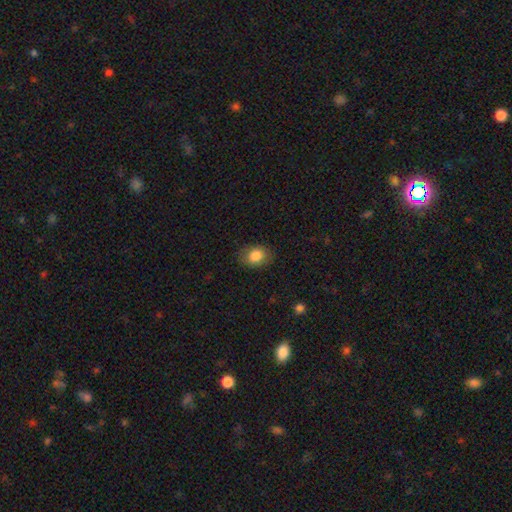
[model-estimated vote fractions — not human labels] Morphology: type=smooth (84%); roundness=in between (62%); merging=none (84%).